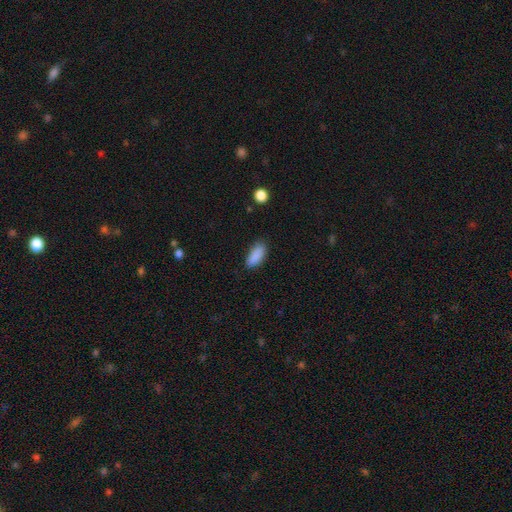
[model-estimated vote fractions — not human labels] Morphology: type=smooth (89%); roundness=in between (82%); merging=none (81%).